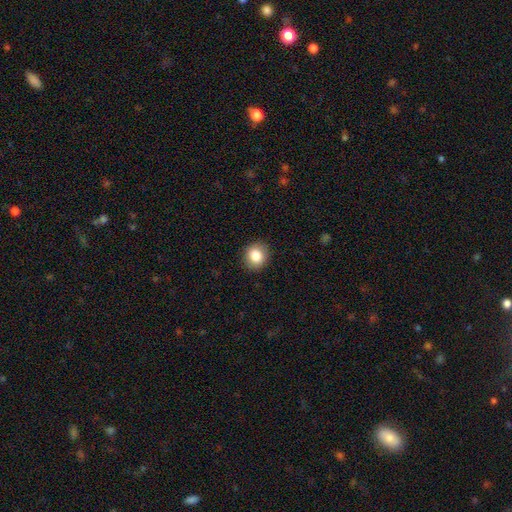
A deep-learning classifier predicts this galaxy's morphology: Smooth or featured? smooth (85%)
How rounded? round (78%)
Merging? none (90%)